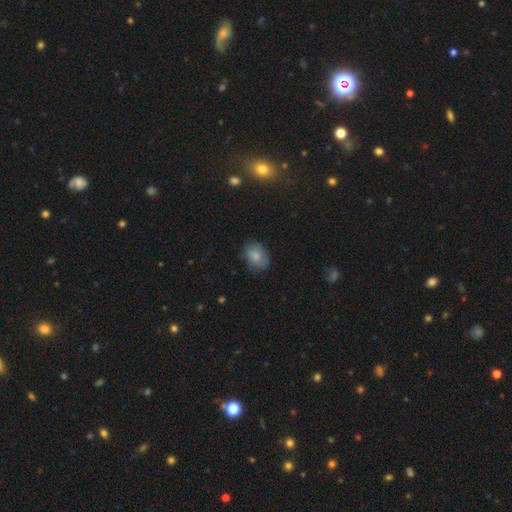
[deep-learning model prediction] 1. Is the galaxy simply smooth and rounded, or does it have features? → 75% smooth, 17% featured or disk, 8% star or artifact.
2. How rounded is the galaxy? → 73% in between, 26% round, 1% cigar-shaped.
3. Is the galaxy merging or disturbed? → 72% none, 21% minor disturbance, 5% major disturbance, 1% merger.